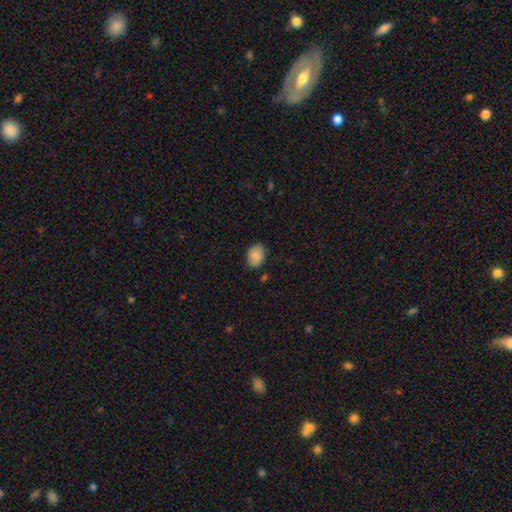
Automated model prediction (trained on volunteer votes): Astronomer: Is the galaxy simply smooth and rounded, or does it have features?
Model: smooth — 82%.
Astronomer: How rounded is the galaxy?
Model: in between — 69%.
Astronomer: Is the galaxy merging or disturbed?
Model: none — 82%.